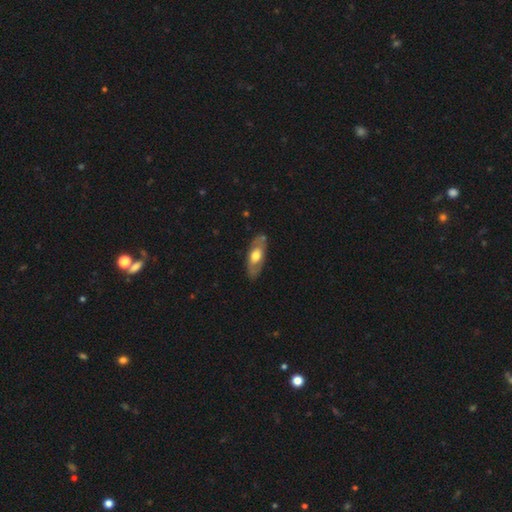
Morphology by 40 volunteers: featured or disk 52%, smooth 42%, star or artifact 5%. Down the decision tree: edge-on disk — no (86%); bar — no (89%); spiral arms — no (67%); bulge size — moderate (67%); merging — none (79%).